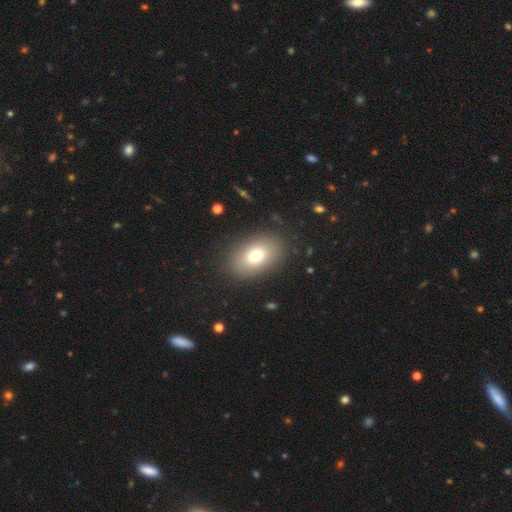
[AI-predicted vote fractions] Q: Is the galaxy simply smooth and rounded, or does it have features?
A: smooth — 75%.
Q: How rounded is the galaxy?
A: in between — 82%.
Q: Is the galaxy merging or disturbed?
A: none — 85%.